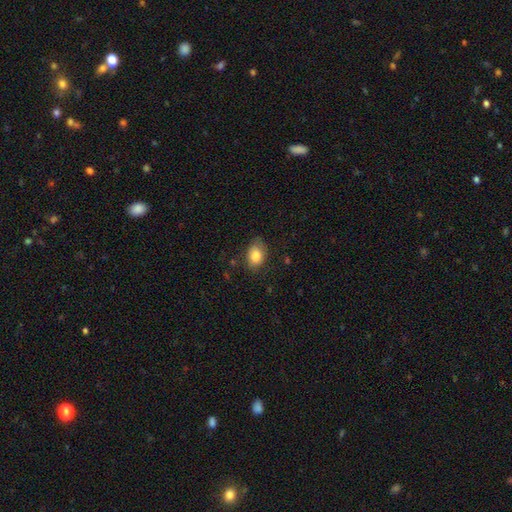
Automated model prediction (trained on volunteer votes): The model was most divided on "merging": none: 73%, minor disturbance: 20%, major disturbance: 5%, merger: 1%. More confident: smooth or featured — smooth (83%); how rounded — in between (81%).